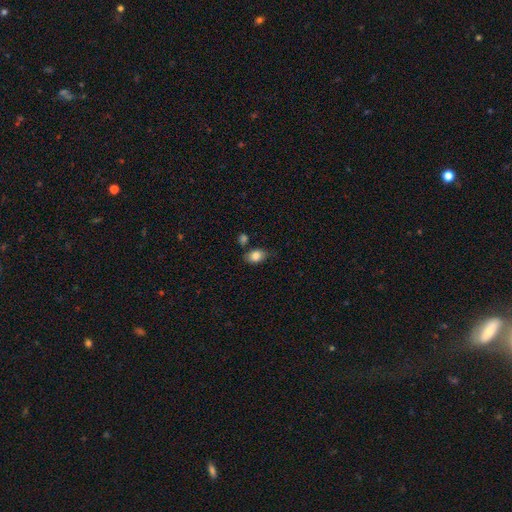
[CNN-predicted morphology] Smooth or featured? smooth (84%)
How rounded? in between (78%)
Merging? none (67%)